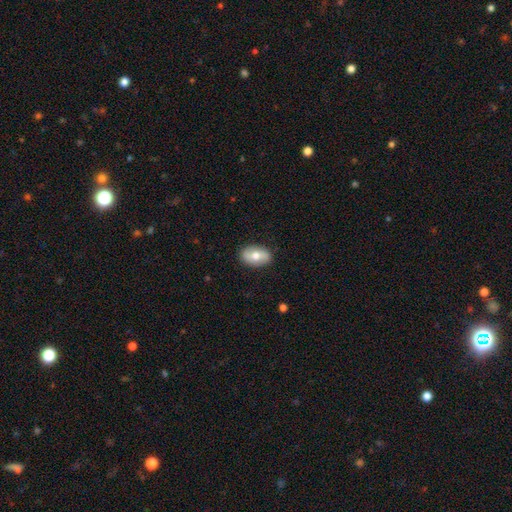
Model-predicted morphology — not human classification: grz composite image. It shows a smooth galaxy with no disk features (61%) that is in between round and cigar-shaped (89%). Merging: none (86%).